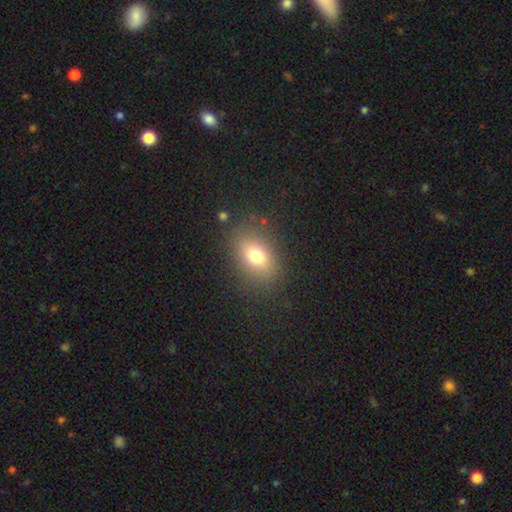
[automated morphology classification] Smooth or featured? Predicted: smooth (p=0.74). How rounded? Predicted: in between (p=0.71). Merging? Predicted: none (p=0.83).